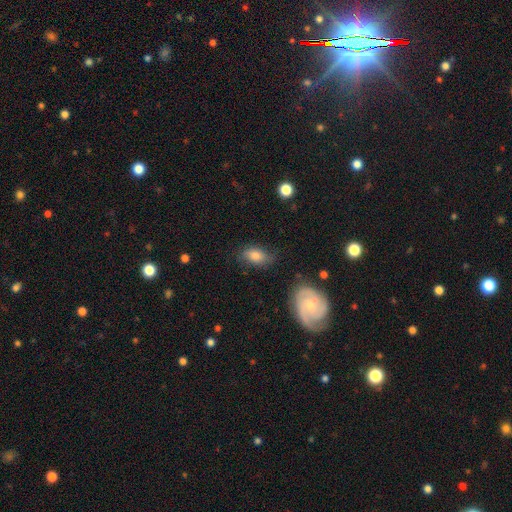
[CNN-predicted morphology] Smooth or featured: smooth — 77% (featured or disk — 14%)
How rounded: in between — 87% (round — 10%)
Merging: none — 70% (minor disturbance — 21%)